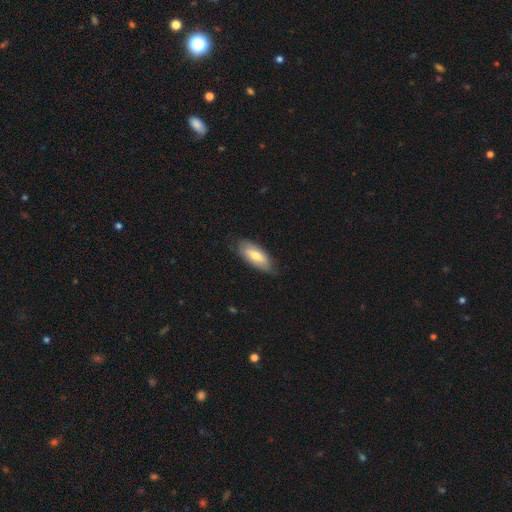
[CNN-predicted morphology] This appears to be a smooth galaxy with no disk features (66%) that is in between round and cigar-shaped (81%). Merging: none (76%).